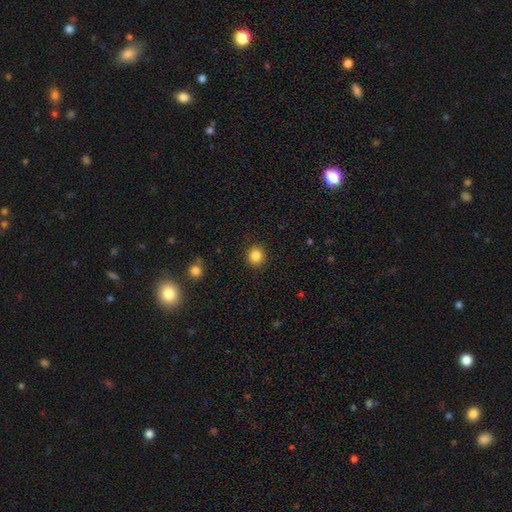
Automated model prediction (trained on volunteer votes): Smooth or featured?
  - smooth: 84% *
  - star or artifact: 11%
  - featured or disk: 5%
How rounded?
  - round: 91% *
  - in between: 8%
  - cigar-shaped: 1%
Merging?
  - none: 91% *
  - minor disturbance: 6%
  - major disturbance: 2%
  - merger: 1%